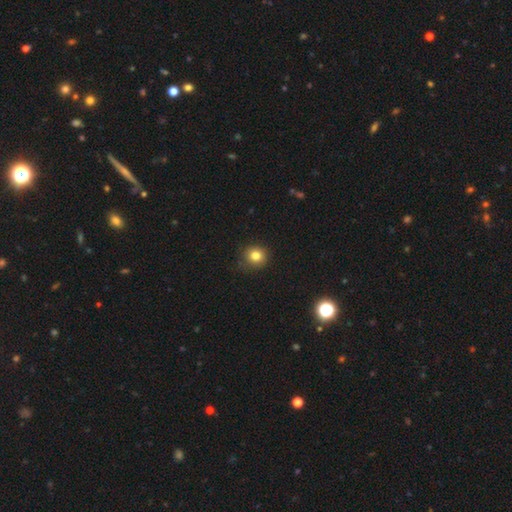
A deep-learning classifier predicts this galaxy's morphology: Smooth or featured? smooth (81%)
How rounded? round (88%)
Merging? none (84%)